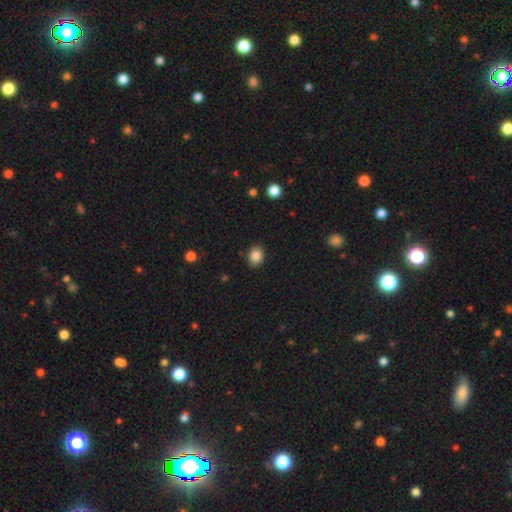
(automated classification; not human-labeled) Smooth or featured?
  - smooth: 86% *
  - star or artifact: 10%
  - featured or disk: 4%
How rounded?
  - round: 58% *
  - in between: 41%
  - cigar-shaped: 1%
Merging?
  - none: 88% *
  - minor disturbance: 9%
  - major disturbance: 2%
  - merger: 1%